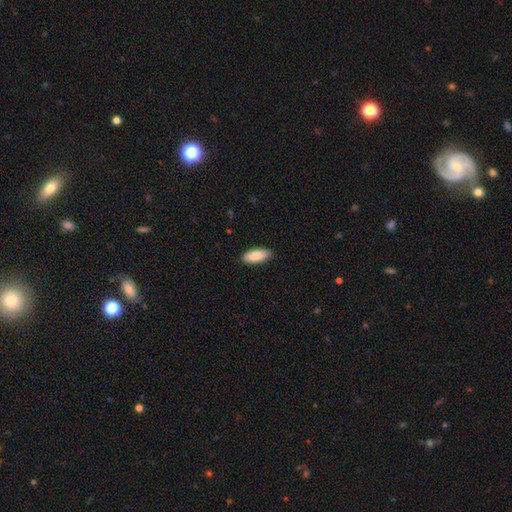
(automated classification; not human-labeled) The model was most divided on "how rounded": in between: 85%, cigar-shaped: 13%, round: 2%. More confident: smooth or featured — smooth (86%); merging — none (85%).